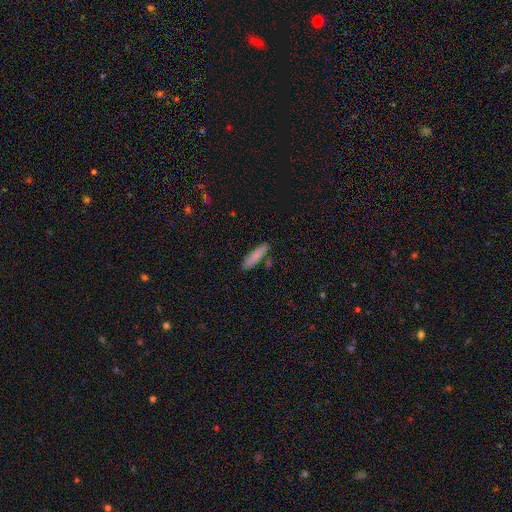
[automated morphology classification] type=smooth (82%); roundness=cigar-shaped (76%); merging=none (83%).